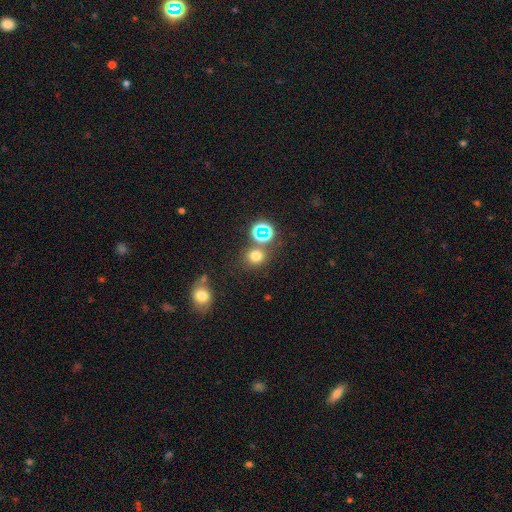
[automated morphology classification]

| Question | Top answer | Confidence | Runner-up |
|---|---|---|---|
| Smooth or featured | smooth | 69% | star or artifact (24%) |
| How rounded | round | 82% | in between (17%) |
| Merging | none | 76% | merger (12%) |